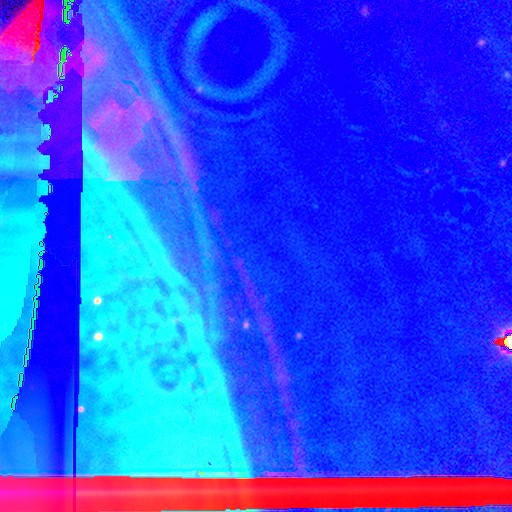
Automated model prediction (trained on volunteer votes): This is clearly a star or artifact rather than a galaxy (86%).